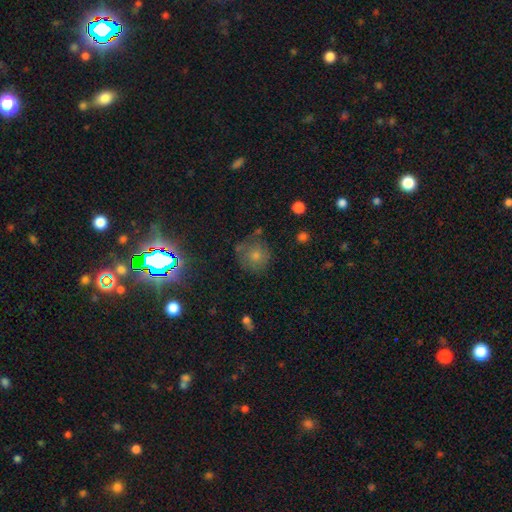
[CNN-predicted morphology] The model was most divided on "merging": none: 64%, minor disturbance: 21%, major disturbance: 8%, merger: 6%. More confident: how rounded — round (89%); smooth or featured — smooth (71%).